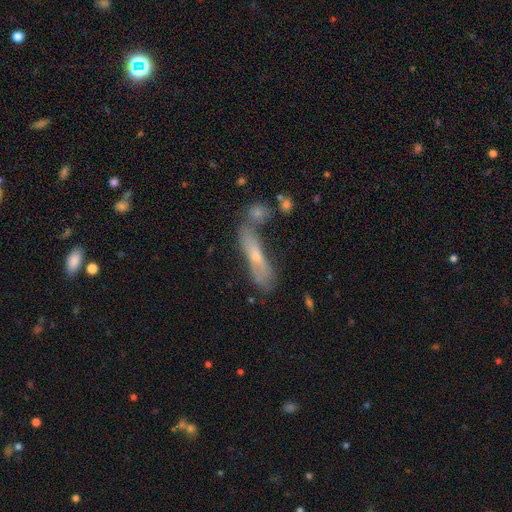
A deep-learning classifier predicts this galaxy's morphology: A featured or disk galaxy (47%). Merging: none (48%).